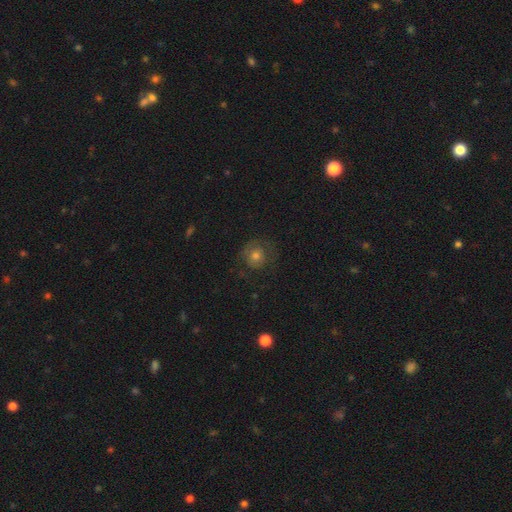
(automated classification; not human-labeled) This is possibly a smooth galaxy (56%). How rounded: clearly round (87%). Merging: likely none (69%).